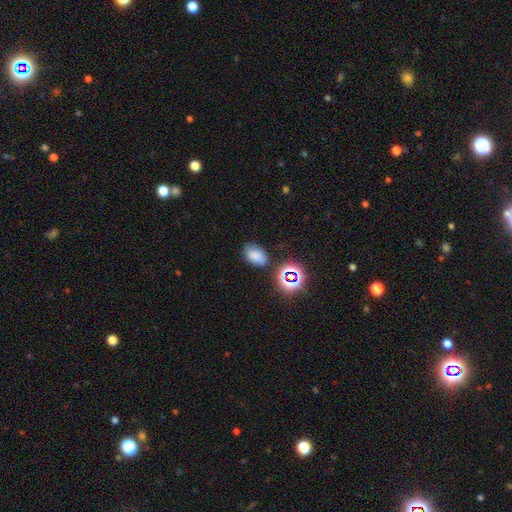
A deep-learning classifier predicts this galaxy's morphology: smooth-or-featured: smooth: 70% | star or artifact: 20% | featured or disk: 10%
  how-rounded: in between: 85% | round: 14% | cigar-shaped: 1%
  merging: none: 69% | minor disturbance: 19% | major disturbance: 6% | merger: 5%